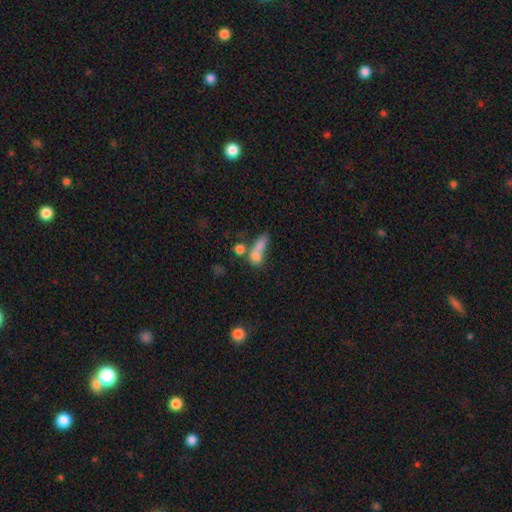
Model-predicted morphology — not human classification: smooth 70%, featured or disk 18%, star or artifact 12%. Down the decision tree: how rounded — in between (42%); merging — merger (48%).